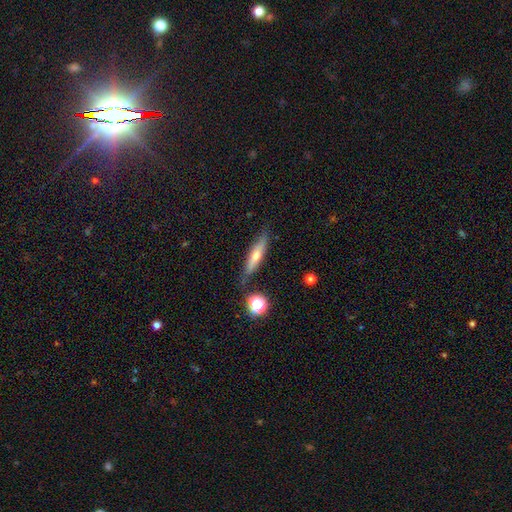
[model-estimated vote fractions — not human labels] The model was most divided on "smooth or featured": featured or disk: 46%, smooth: 45%, star or artifact: 9%. More confident: merging — none (81%).